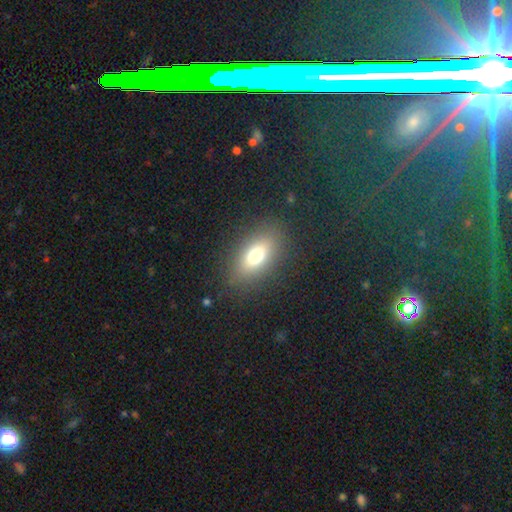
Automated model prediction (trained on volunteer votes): Smooth or featured: smooth — 72% (featured or disk — 17%)
How rounded: in between — 81% (round — 11%)
Merging: none — 85% (minor disturbance — 10%)